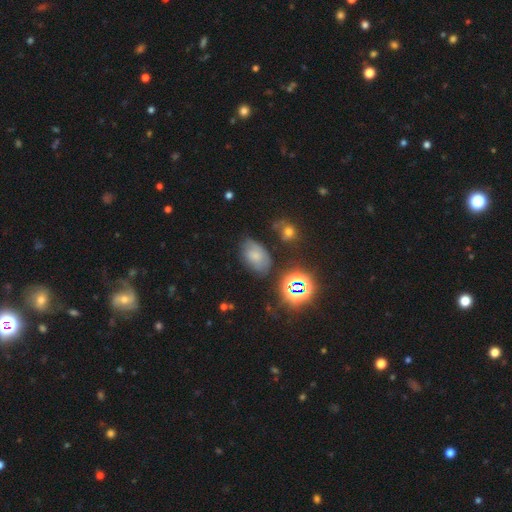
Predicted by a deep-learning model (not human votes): smooth_or_featured: smooth (p=0.57) [alt: featured or disk p=0.22]
how_rounded: in between (p=0.85) [alt: round p=0.13]
merging: none (p=0.59) [alt: minor disturbance p=0.27]